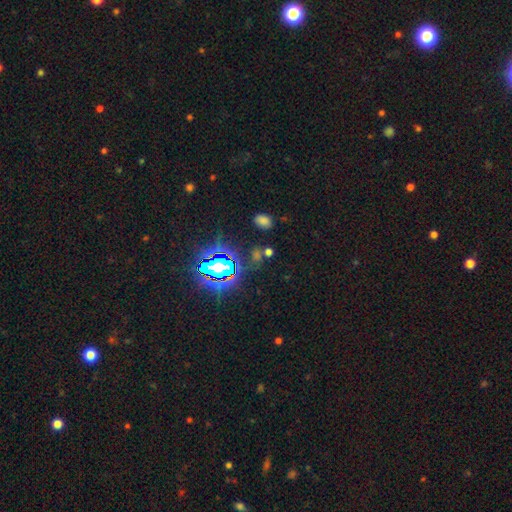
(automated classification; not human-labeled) A star or artifact, not a galaxy (64%).

Vote fractions:
- Smooth or featured? star or artifact: 64% / smooth: 27% / featured or disk: 9%